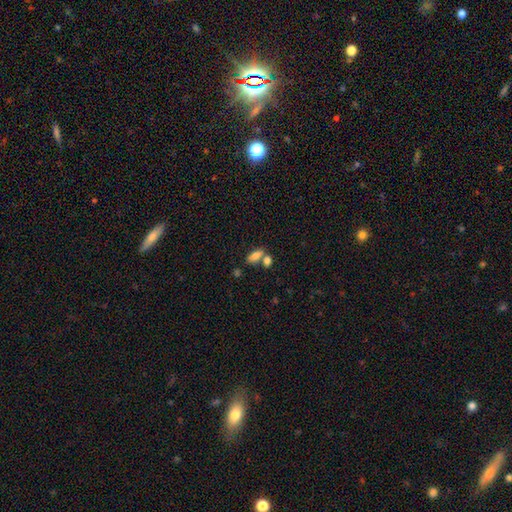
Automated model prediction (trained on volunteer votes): Q: Smooth or featured?
A: smooth (80%); runner-up: featured or disk (11%)
Q: How rounded?
A: in between (81%); runner-up: cigar-shaped (13%)
Q: Merging?
A: none (48%); runner-up: merger (38%)